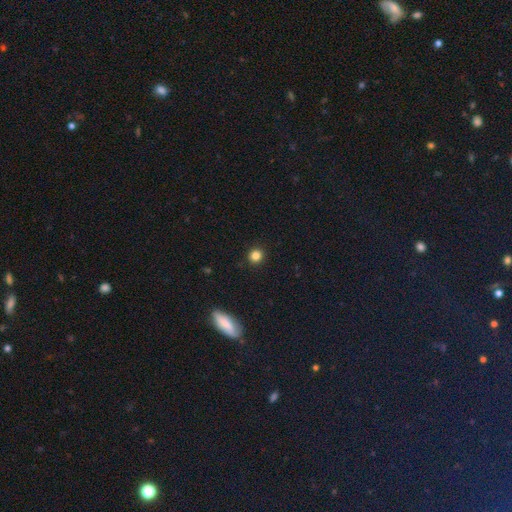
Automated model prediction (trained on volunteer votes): Smooth or featured? Predicted: smooth (p=0.83). How rounded? Predicted: round (p=0.89). Merging? Predicted: none (p=0.91).